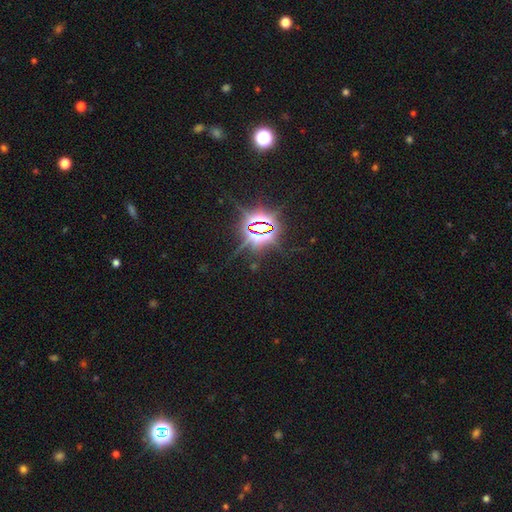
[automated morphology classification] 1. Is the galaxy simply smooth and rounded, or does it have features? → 83% star or artifact, 11% smooth, 6% featured or disk.